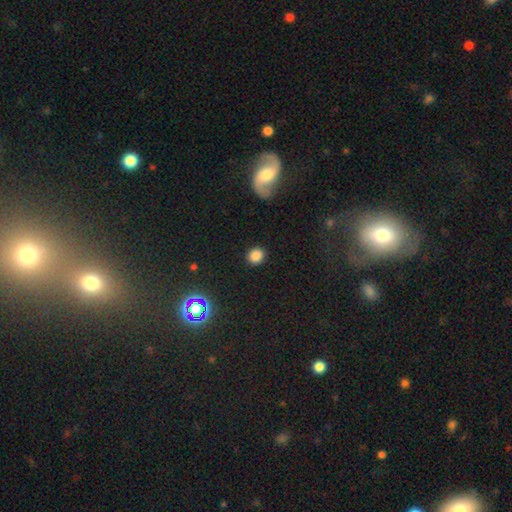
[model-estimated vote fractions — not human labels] A smooth galaxy with no disk features (83%) that is round (82%).

Vote fractions:
- Smooth or featured? smooth: 83% / star or artifact: 12% / featured or disk: 4%
- How rounded? round: 82% / in between: 17% / cigar-shaped: 1%
- Merging? none: 91% / minor disturbance: 6% / major disturbance: 2% / merger: 1%